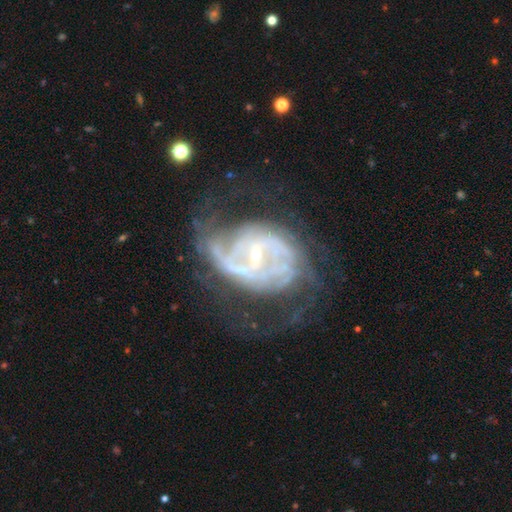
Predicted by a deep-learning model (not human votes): The model was most divided on "spiral winding": medium: 41%, tight: 34%, loose: 25%. Remaining: edge-on disk — no (97%); spiral arms — yes (88%); smooth or featured — featured or disk (86%); bulge size — small (77%); merging — none (46%); bar — weak (45%); spiral arm count — 2 (42%).